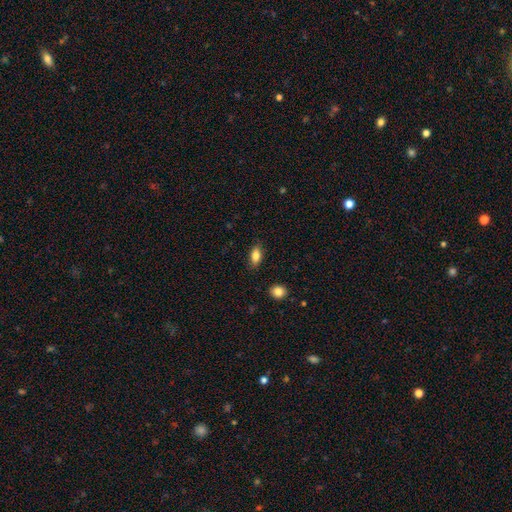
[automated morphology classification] smooth_or_featured: smooth (p=0.83) [alt: featured or disk p=0.09]
how_rounded: in between (p=0.86) [alt: cigar-shaped p=0.09]
merging: none (p=0.85) [alt: minor disturbance p=0.11]